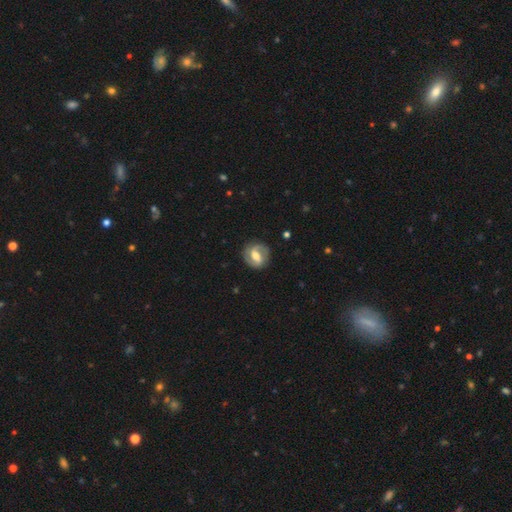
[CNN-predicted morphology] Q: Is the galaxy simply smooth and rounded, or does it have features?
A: featured or disk — 76%.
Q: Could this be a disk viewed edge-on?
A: no — 97%.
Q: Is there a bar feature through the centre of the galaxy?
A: weak — 44%.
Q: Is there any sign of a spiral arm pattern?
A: yes — 89%.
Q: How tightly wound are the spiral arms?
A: medium — 48%.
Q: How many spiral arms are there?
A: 2 — 89%.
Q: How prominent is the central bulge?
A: moderate — 60%.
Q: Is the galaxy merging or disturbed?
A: none — 83%.